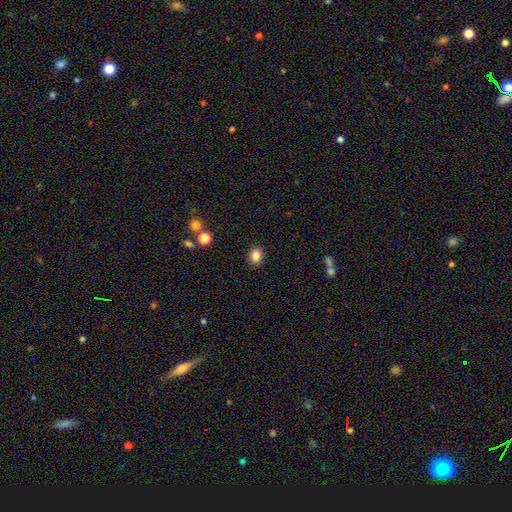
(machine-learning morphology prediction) A smooth galaxy with no disk features (85%) that is in between round and cigar-shaped (55%). Merging: none (89%).